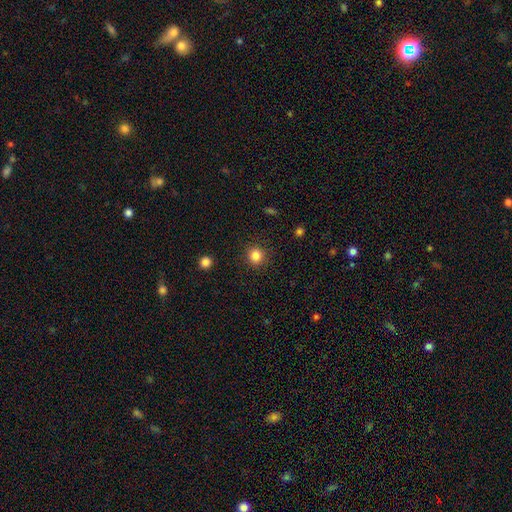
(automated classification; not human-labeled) Morphology: type=smooth (84%); roundness=round (92%); merging=none (91%).